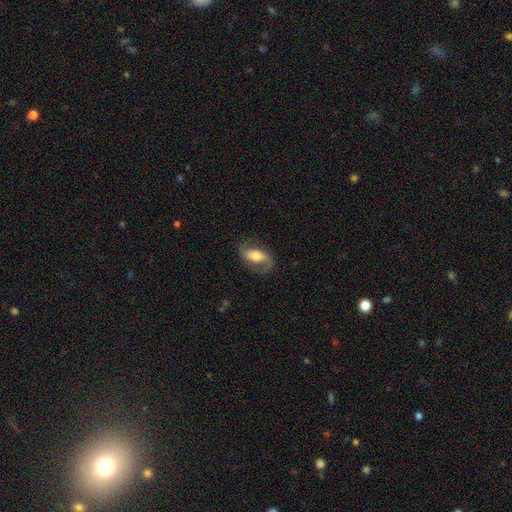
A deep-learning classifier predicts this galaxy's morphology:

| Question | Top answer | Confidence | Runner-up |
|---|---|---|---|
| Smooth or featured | featured or disk | 68% | smooth (25%) |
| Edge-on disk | no | 93% | yes (7%) |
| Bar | no | 38% | weak (35%) |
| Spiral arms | yes | 90% | no (10%) |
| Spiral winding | loose | 50% | medium (38%) |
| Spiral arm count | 2 | 81% | 1 (12%) |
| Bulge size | moderate | 58% | large (22%) |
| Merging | none | 70% | minor disturbance (18%) |